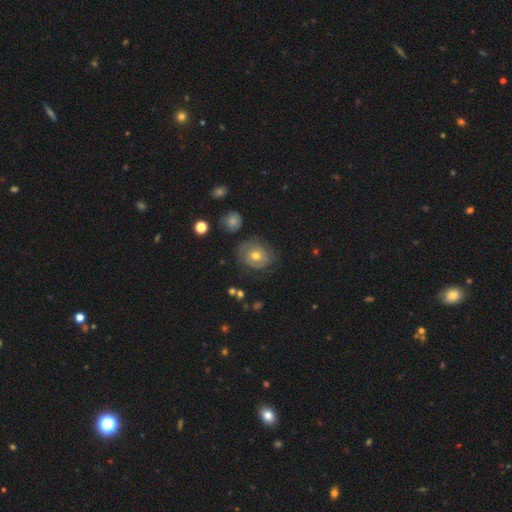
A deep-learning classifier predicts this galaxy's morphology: A featured or disk galaxy (54%) with no bar (75%), spiral arms (73%) and a moderate central bulge (74%). Merging: none (66%).